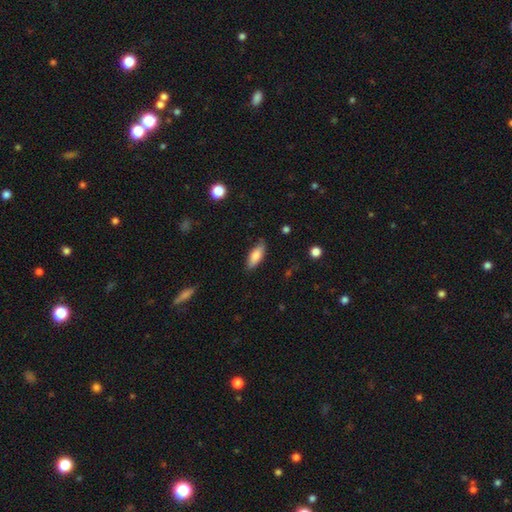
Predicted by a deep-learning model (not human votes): Smooth or featured: smooth — 82% (featured or disk — 11%)
How rounded: in between — 72% (cigar-shaped — 26%)
Merging: none — 82% (minor disturbance — 14%)